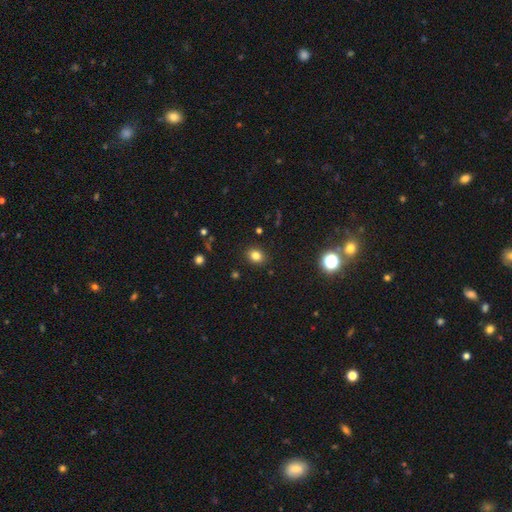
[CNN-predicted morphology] smooth 80%, star or artifact 14%, featured or disk 6%. Down the decision tree: how rounded — round (57%); merging — none (89%).